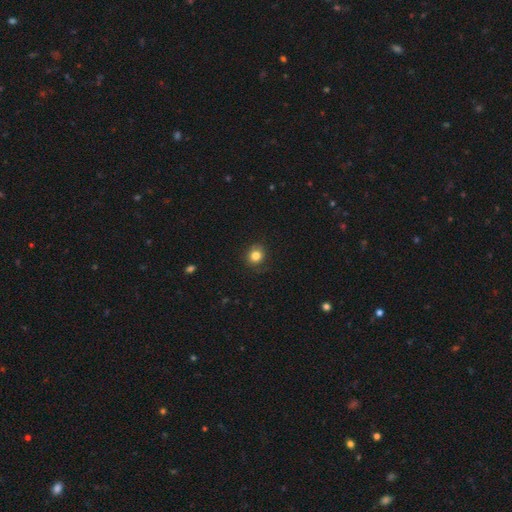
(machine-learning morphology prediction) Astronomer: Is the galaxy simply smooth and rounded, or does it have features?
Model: smooth — 82%.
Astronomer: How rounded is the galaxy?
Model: round — 81%.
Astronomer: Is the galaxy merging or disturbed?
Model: none — 82%.